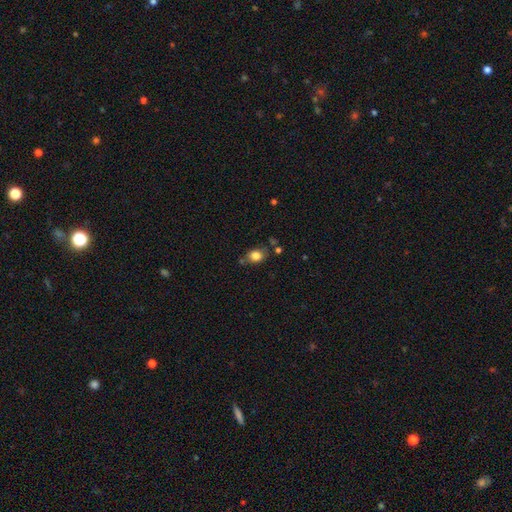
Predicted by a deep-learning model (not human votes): The model was most divided on "how rounded": in between: 63%, round: 35%, cigar-shaped: 1%. More confident: smooth or featured — smooth (82%); merging — none (67%).